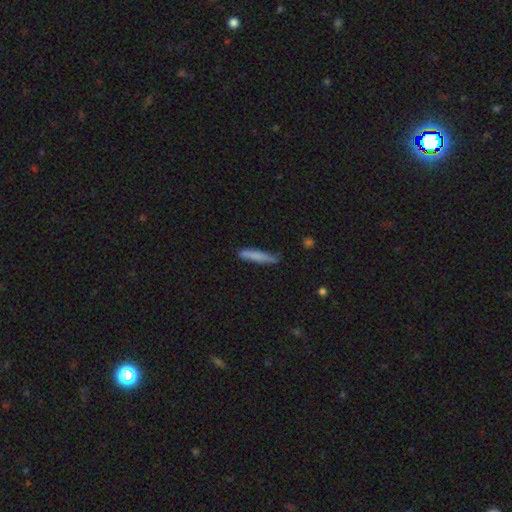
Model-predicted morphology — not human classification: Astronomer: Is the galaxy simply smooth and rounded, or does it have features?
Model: smooth — 77%.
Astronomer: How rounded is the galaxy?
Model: cigar-shaped — 91%.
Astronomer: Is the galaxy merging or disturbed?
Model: none — 75%.